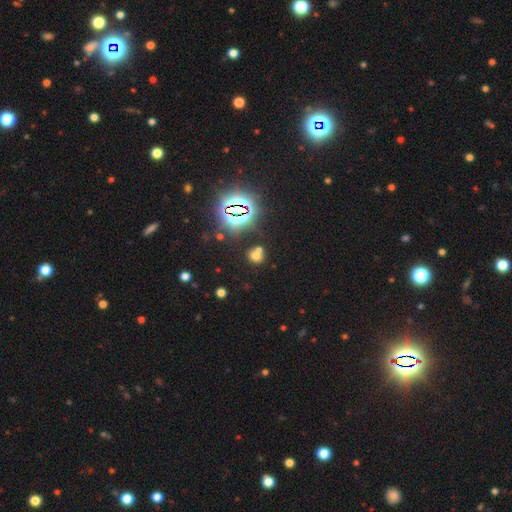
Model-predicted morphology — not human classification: Smooth or featured? smooth (55%)
How rounded? round (71%)
Merging? none (50%)